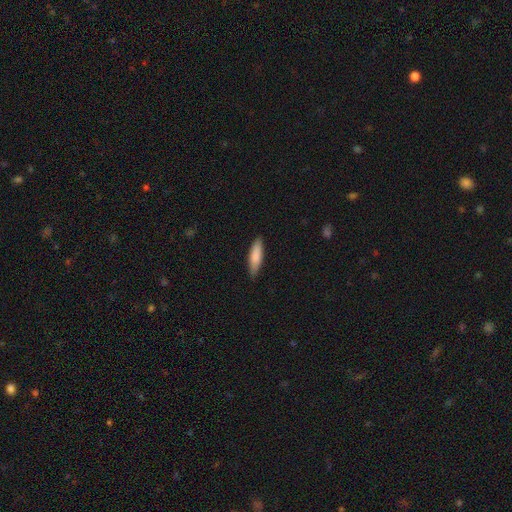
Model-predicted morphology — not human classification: A smooth galaxy with no disk features (83%) that is cigar-shaped (66%). Merging: none (86%).